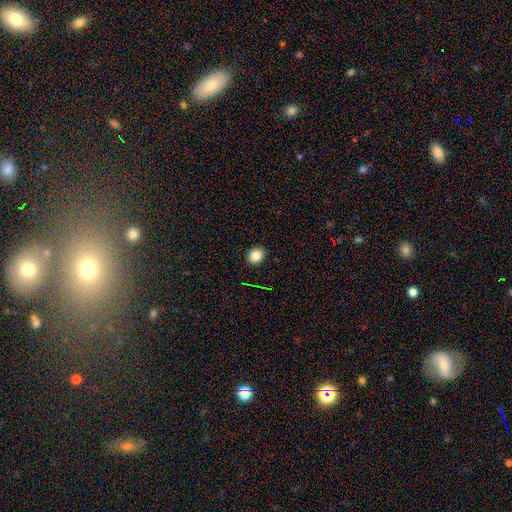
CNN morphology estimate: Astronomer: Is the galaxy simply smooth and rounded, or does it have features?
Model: smooth — 84%.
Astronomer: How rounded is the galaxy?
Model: round — 59% (runner-up: in between, 40%).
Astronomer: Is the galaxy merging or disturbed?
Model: none — 90%.